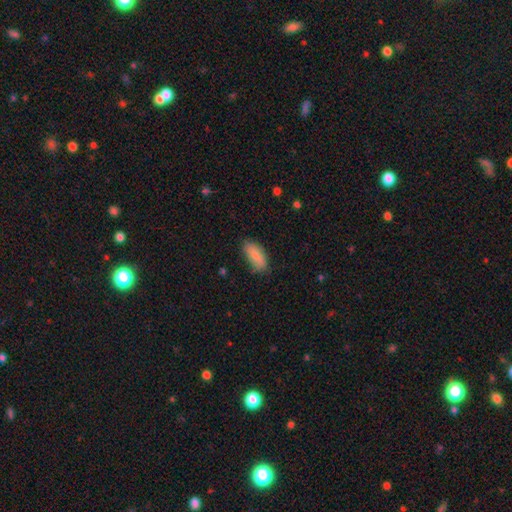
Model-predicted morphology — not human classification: Q: Smooth or featured?
A: smooth (84%); runner-up: featured or disk (10%)
Q: How rounded?
A: in between (85%); runner-up: cigar-shaped (12%)
Q: Merging?
A: none (73%); runner-up: minor disturbance (21%)